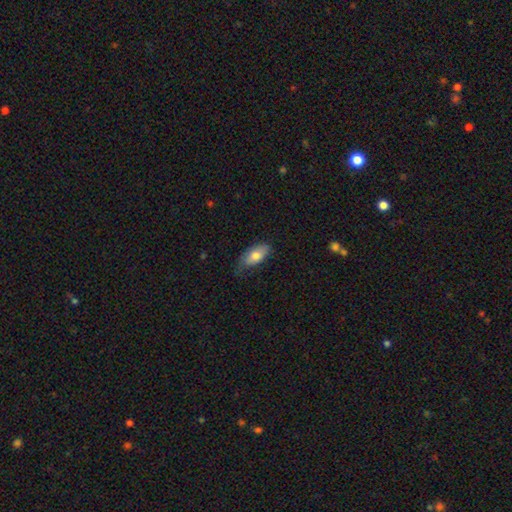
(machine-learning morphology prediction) A smooth galaxy with no disk features (73%) that is in between round and cigar-shaped (90%).

Vote fractions:
- Smooth or featured? smooth: 73% / featured or disk: 21% / star or artifact: 6%
- How rounded? in between: 90% / cigar-shaped: 7% / round: 3%
- Merging? none: 57% / minor disturbance: 33% / major disturbance: 9% / merger: 1%